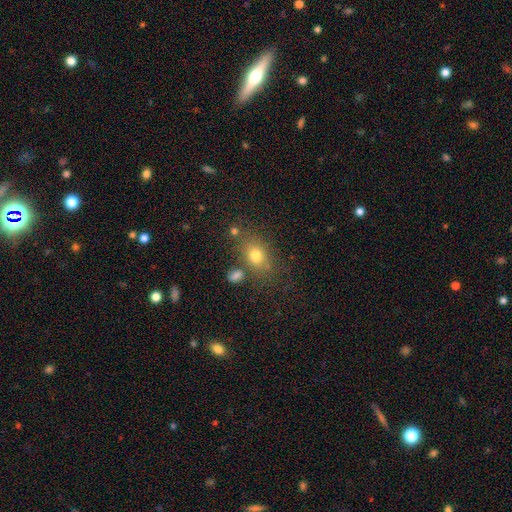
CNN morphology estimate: This is likely a smooth galaxy (74%). How rounded: likely in between (60%). Merging: likely none (69%).